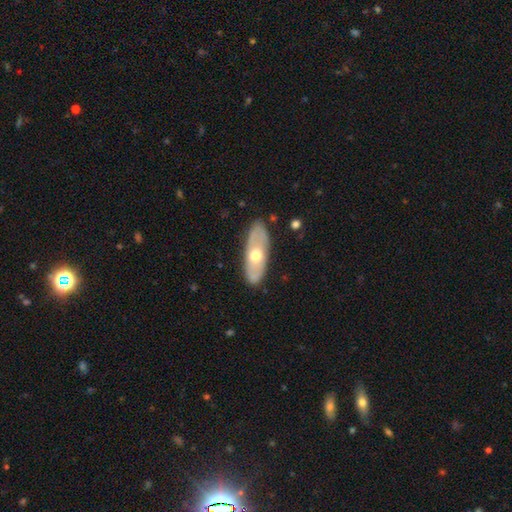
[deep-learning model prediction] Morphology: type=featured or disk (51%); edge-on=no (72%); merging=none (84%).